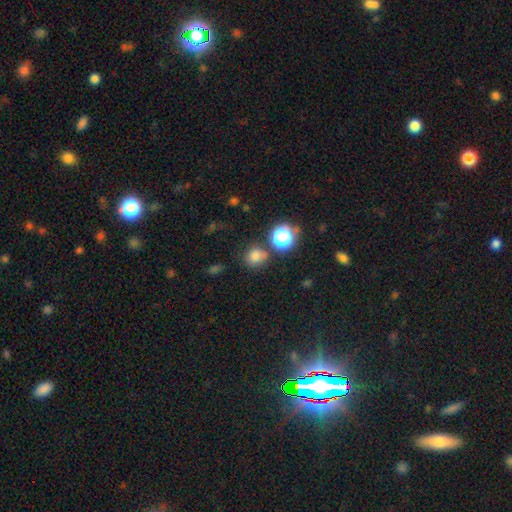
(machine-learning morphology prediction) smooth 74%, star or artifact 20%, featured or disk 6%. Down the decision tree: how rounded — round (83%); merging — none (70%).